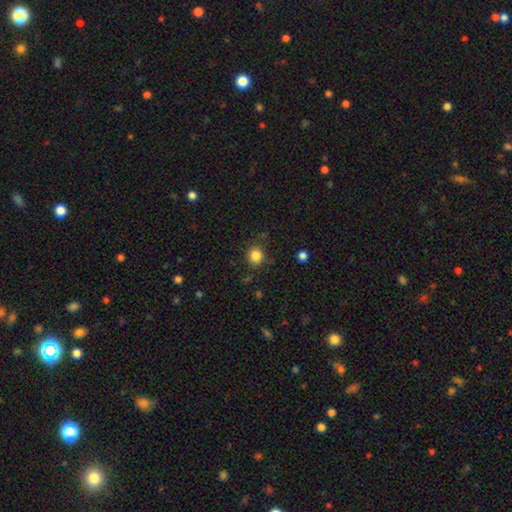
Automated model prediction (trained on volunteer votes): Smooth or featured? smooth (84%)
How rounded? round (85%)
Merging? none (81%)